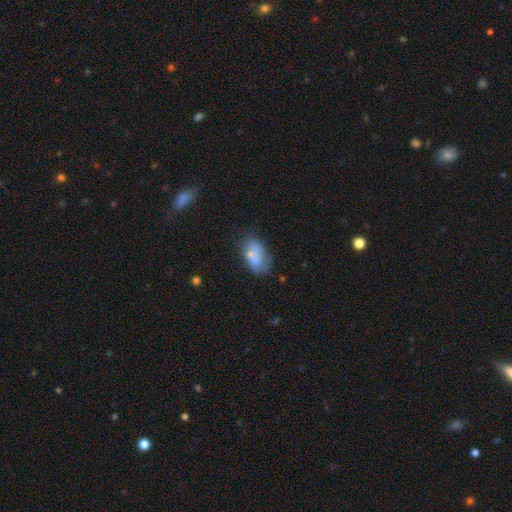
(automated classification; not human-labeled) Q: Smooth or featured?
A: smooth (61%); runner-up: featured or disk (30%)
Q: How rounded?
A: in between (89%); runner-up: round (9%)
Q: Merging?
A: none (41%); runner-up: minor disturbance (24%)